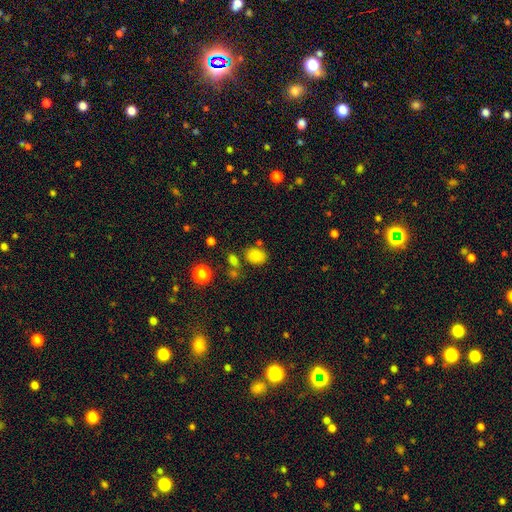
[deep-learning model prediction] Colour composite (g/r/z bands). It shows a smooth galaxy with no disk features (81%) that is in between round and cigar-shaped (58%). Merging: none (71%).